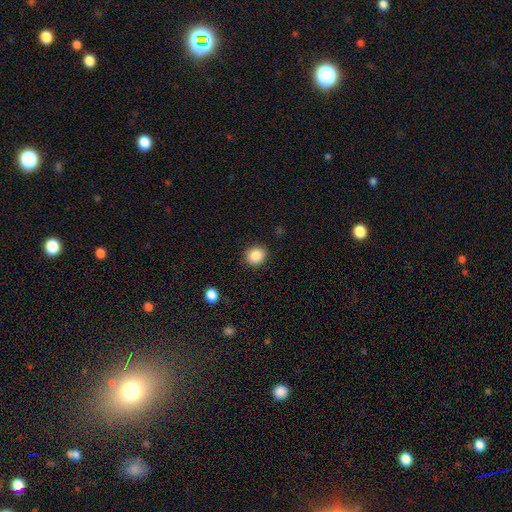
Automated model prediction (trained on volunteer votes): This appears to be a smooth galaxy with no disk features (86%) that is round (79%). Merging: none (89%).